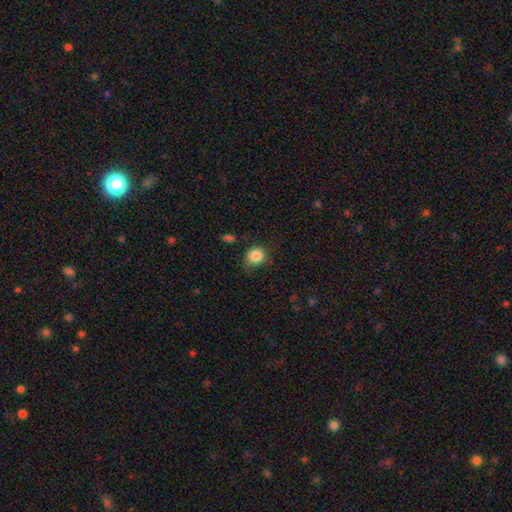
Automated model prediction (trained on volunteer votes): The model was most divided on "merging": none: 70%, minor disturbance: 23%, major disturbance: 5%, merger: 2%. More confident: smooth or featured — smooth (86%); how rounded — round (84%).